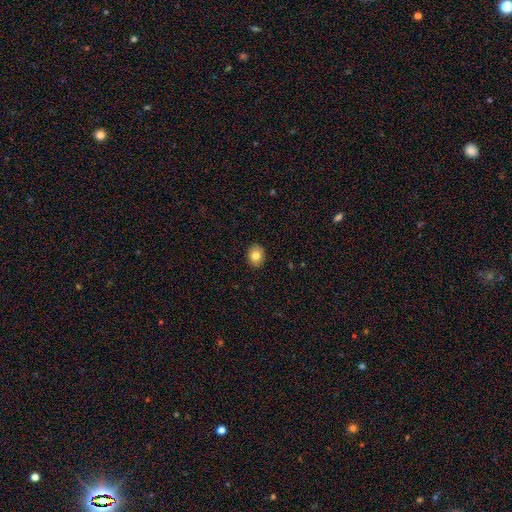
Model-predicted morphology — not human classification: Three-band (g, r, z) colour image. It shows a smooth galaxy with no disk features (81%) that is round (57%). Merging: none (90%).